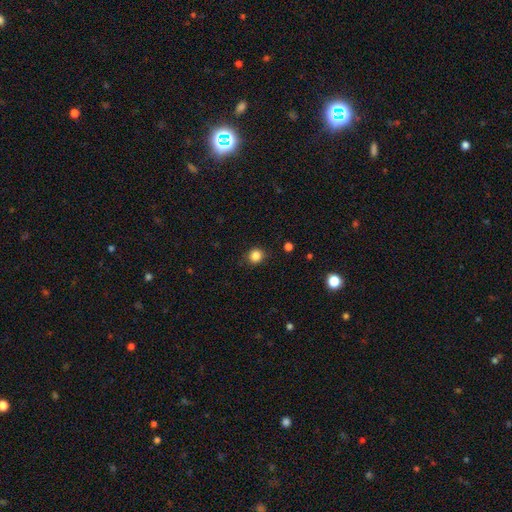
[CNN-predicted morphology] Smooth or featured? smooth (84%)
How rounded? round (86%)
Merging? none (88%)